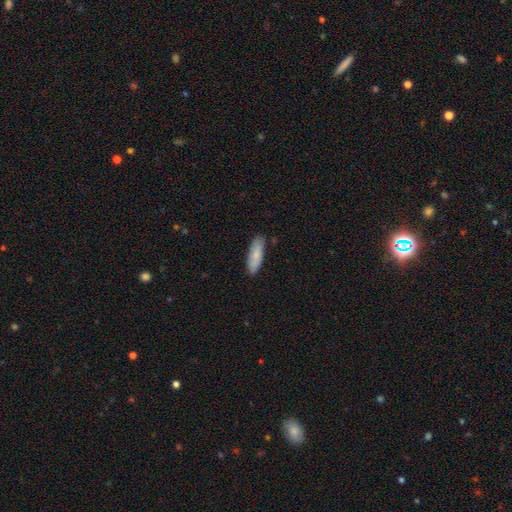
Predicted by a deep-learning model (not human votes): Overall: smooth (82%). How rounded: in between (60%; cigar-shaped 38%). Merging: none (85%).